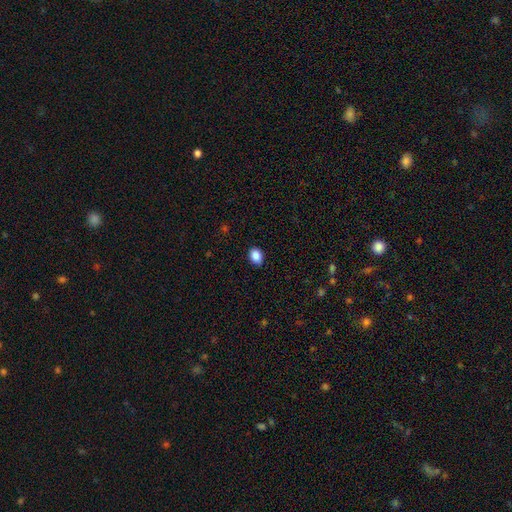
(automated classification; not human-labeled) smooth-or-featured: smooth: 88% | star or artifact: 8% | featured or disk: 4%
  how-rounded: in between: 67% | round: 32% | cigar-shaped: 1%
  merging: none: 85% | minor disturbance: 12% | major disturbance: 2% | merger: 1%